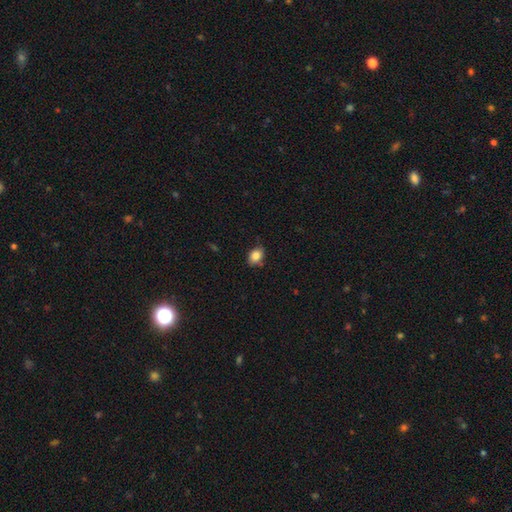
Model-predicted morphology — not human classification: Smooth or featured: smooth — 85% (star or artifact — 9%)
How rounded: in between — 67% (round — 32%)
Merging: none — 73% (minor disturbance — 21%)